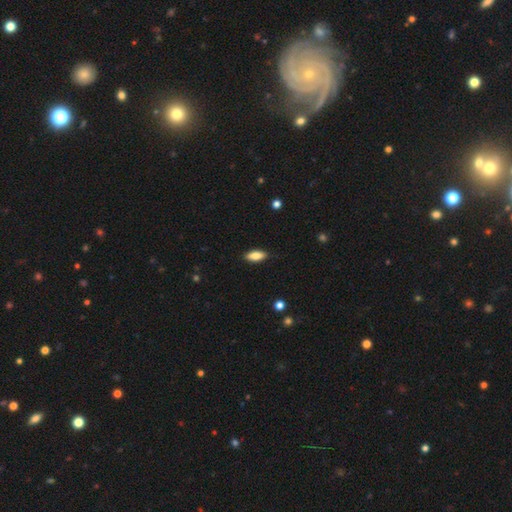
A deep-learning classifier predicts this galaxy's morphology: Q: Smooth or featured?
A: smooth (82%); runner-up: featured or disk (11%)
Q: How rounded?
A: in between (78%); runner-up: cigar-shaped (19%)
Q: Merging?
A: none (86%); runner-up: minor disturbance (11%)